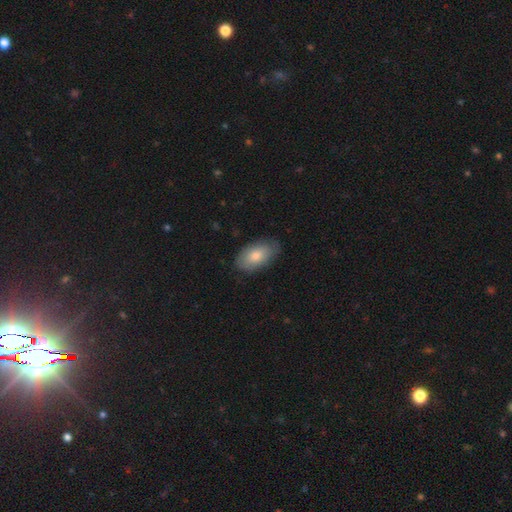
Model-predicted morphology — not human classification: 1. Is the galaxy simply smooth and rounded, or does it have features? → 75% smooth, 19% featured or disk, 6% star or artifact.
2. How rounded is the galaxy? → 94% in between, 4% round, 2% cigar-shaped.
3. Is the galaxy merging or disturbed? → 82% none, 15% minor disturbance, 3% major disturbance, 1% merger.